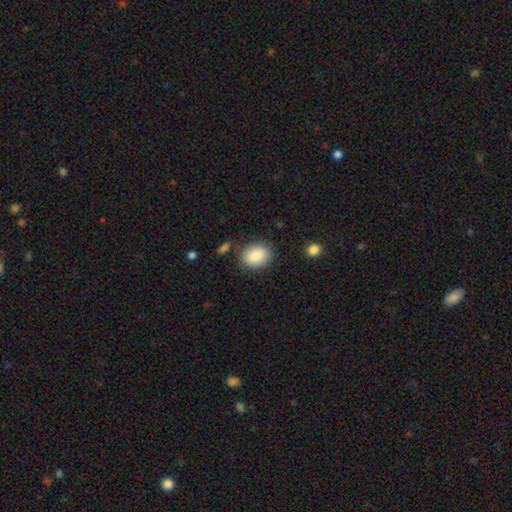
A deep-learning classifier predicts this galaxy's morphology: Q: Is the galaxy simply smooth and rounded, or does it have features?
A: smooth — 88%.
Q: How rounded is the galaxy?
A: in between — 57%.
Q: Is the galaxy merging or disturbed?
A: none — 81%.